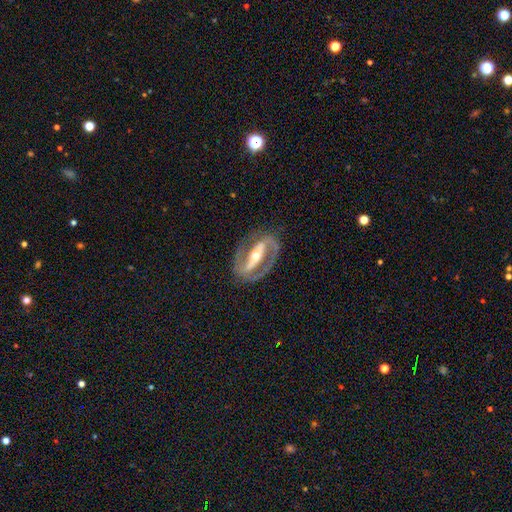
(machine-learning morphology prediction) Smooth or featured? Predicted: featured or disk (p=0.89). Edge-on disk? Predicted: no (p=0.92). Bar? Predicted: strong (p=0.73). Spiral arms? Predicted: yes (p=0.88). Spiral winding? Predicted: medium (p=0.46). Spiral arm count? Predicted: 2 (p=0.87). Bulge size? Predicted: moderate (p=0.54). Merging? Predicted: none (p=0.80).